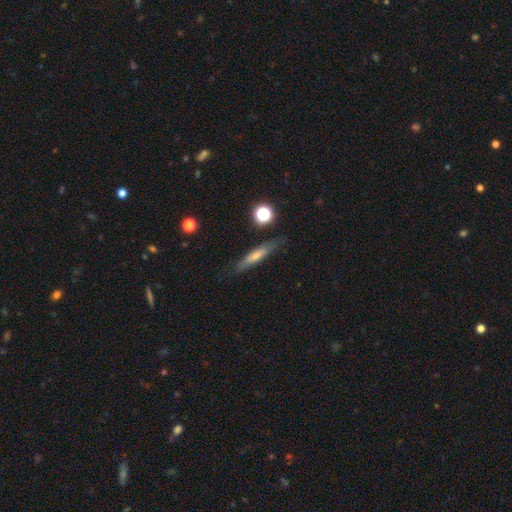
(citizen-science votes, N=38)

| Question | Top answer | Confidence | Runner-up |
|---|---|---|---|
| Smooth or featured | featured or disk | 68% | smooth (29%) |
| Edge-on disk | yes | 96% | no (4%) |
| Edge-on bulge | rounded | 60% | none (36%) |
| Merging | none | 84% | minor disturbance (14%) |